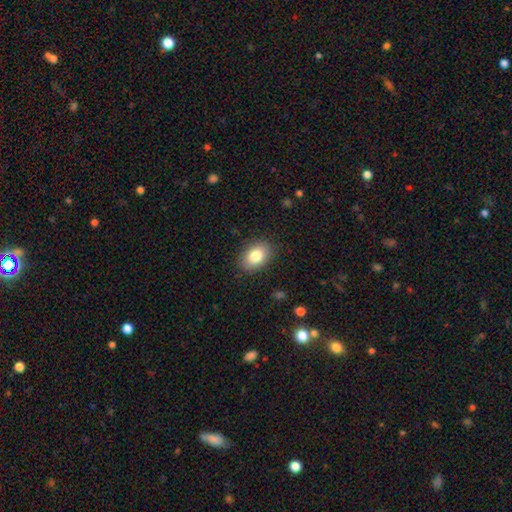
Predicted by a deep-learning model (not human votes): Smooth or featured? smooth (83%)
How rounded? in between (85%)
Merging? none (86%)